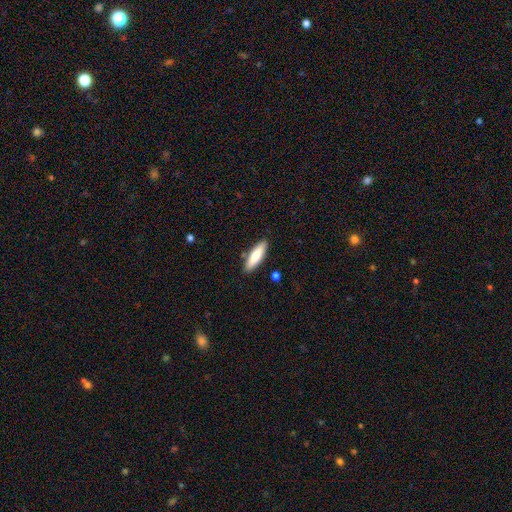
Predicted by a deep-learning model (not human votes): The model was most divided on "how rounded": cigar-shaped: 53%, in between: 45%, round: 2%. More confident: merging — none (86%); smooth or featured — smooth (77%).